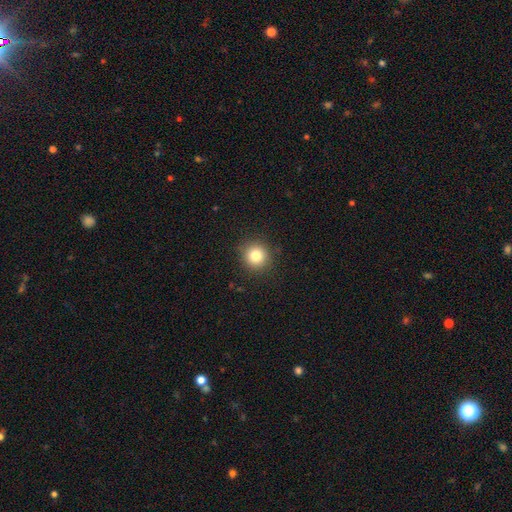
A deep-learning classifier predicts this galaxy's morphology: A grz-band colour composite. It shows a smooth galaxy with no disk features (81%) that is round (93%). Merging: none (90%).